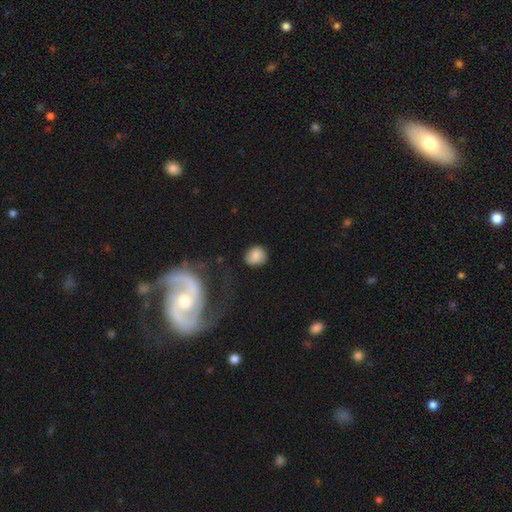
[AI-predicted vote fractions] smooth-or-featured: smooth: 79% | featured or disk: 12% | star or artifact: 9%
  how-rounded: round: 75% | in between: 24% | cigar-shaped: 1%
  merging: none: 79% | minor disturbance: 14% | major disturbance: 4% | merger: 2%